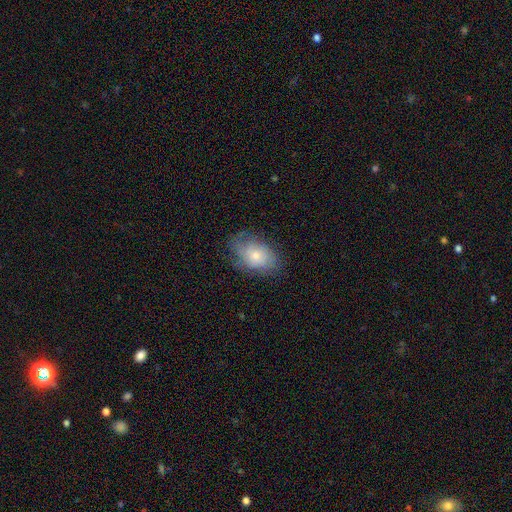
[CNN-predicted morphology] Overall: smooth (54%; featured or disk 38%). How rounded: in between (86%). Merging: none (66%).